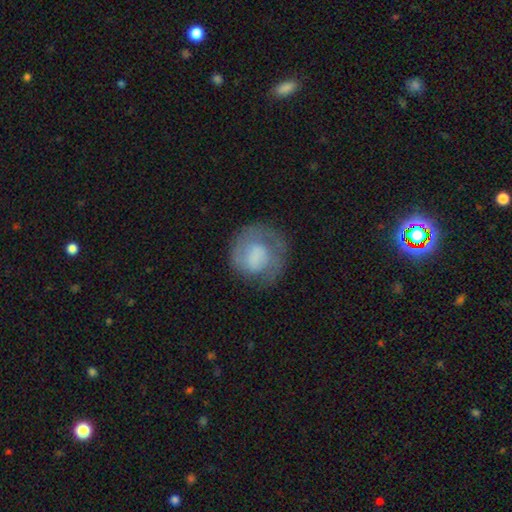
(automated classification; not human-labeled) Smooth or featured? featured or disk (50%)
Merging? none (61%)